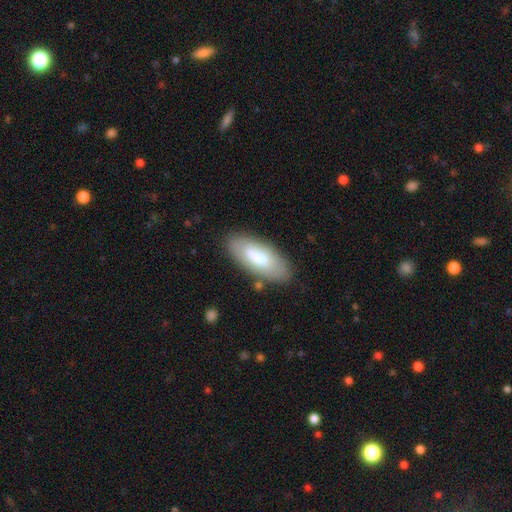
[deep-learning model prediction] smooth_or_featured: smooth (p=0.69) [alt: featured or disk p=0.24]
how_rounded: in between (p=0.82) [alt: cigar-shaped p=0.16]
merging: none (p=0.81) [alt: minor disturbance p=0.13]